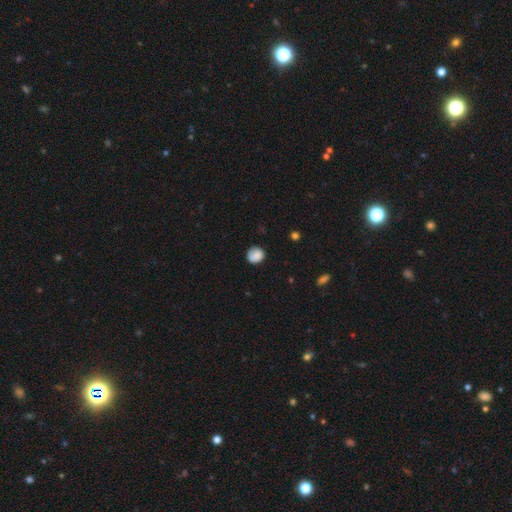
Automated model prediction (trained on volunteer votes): This is clearly a smooth galaxy (85%). How rounded: clearly round (82%). Merging: likely none (76%).